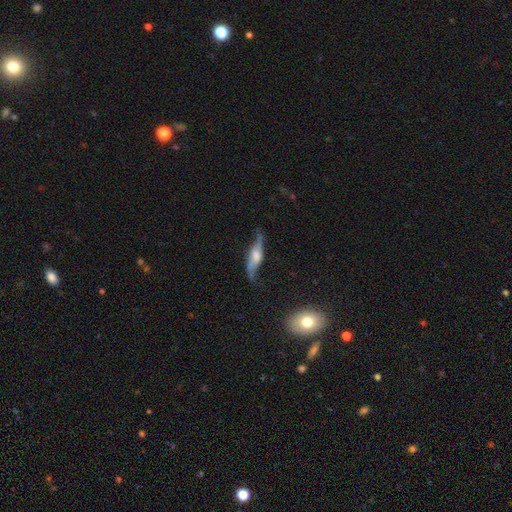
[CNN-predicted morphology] Q: Smooth or featured?
A: featured or disk (69%); runner-up: smooth (24%)
Q: Edge-on disk?
A: yes (50%); tied with: no (50%)
Q: Merging?
A: none (58%); runner-up: minor disturbance (25%)